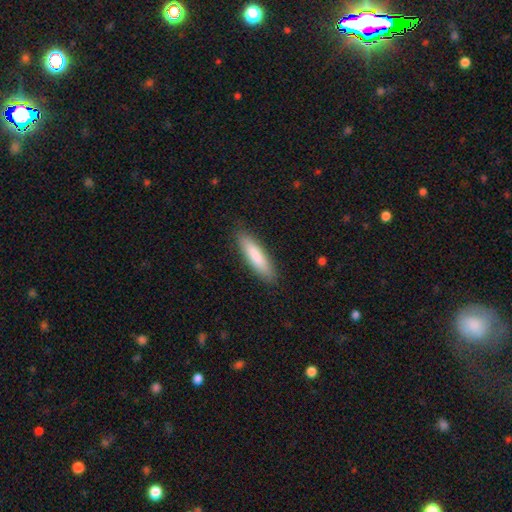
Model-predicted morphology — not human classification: smooth-or-featured: smooth: 82% | featured or disk: 12% | star or artifact: 5%
  how-rounded: cigar-shaped: 74% | in between: 25% | round: 1%
  merging: none: 88% | minor disturbance: 9% | major disturbance: 2% | merger: 1%